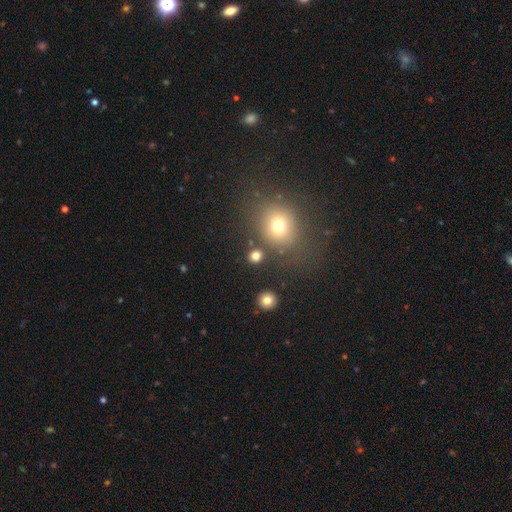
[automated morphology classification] Smooth or featured: smooth — 77% (star or artifact — 16%)
How rounded: round — 80% (in between — 19%)
Merging: none — 82% (minor disturbance — 8%)